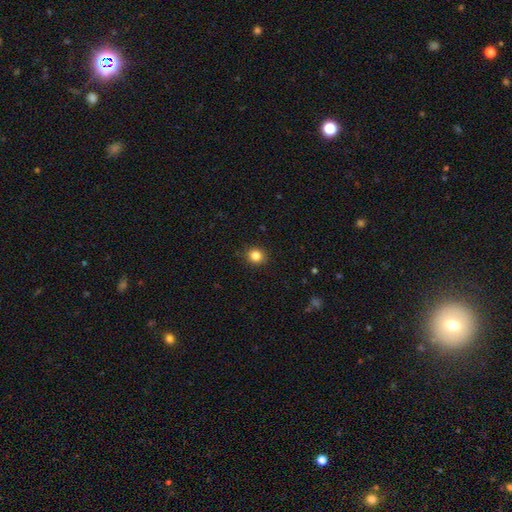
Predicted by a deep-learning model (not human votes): Smooth or featured? smooth (84%)
How rounded? round (82%)
Merging? none (91%)